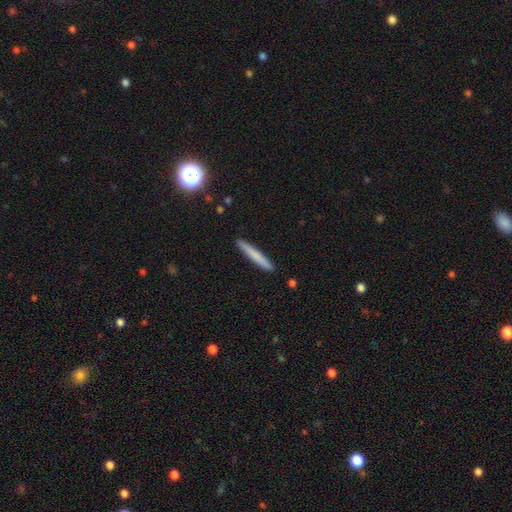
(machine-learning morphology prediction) Q: Smooth or featured?
A: smooth (75%); runner-up: featured or disk (19%)
Q: How rounded?
A: cigar-shaped (96%); runner-up: in between (3%)
Q: Merging?
A: none (92%); runner-up: minor disturbance (6%)